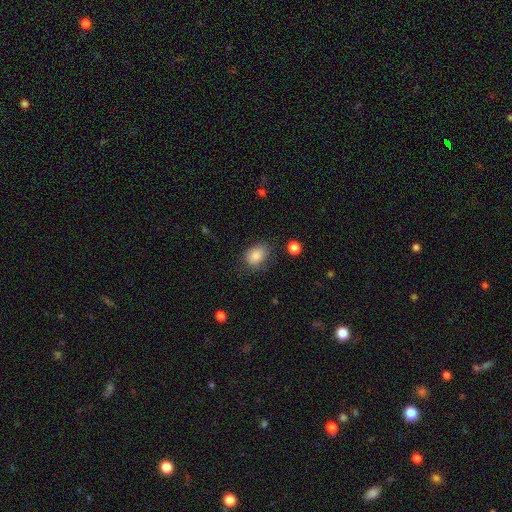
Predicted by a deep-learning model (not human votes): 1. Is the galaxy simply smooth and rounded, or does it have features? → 85% smooth, 9% star or artifact, 6% featured or disk.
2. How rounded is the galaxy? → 72% in between, 27% round, 1% cigar-shaped.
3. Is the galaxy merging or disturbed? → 70% none, 22% minor disturbance, 7% major disturbance, 2% merger.